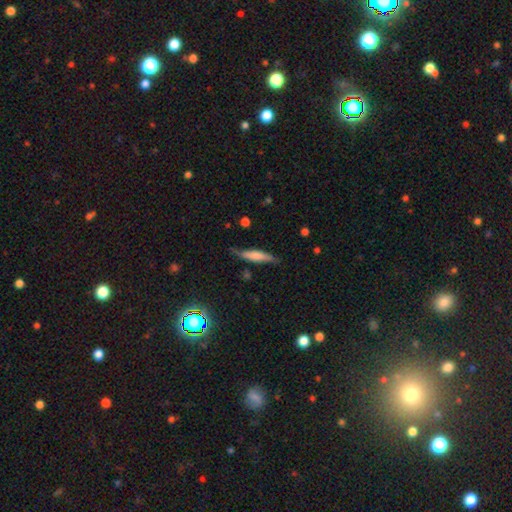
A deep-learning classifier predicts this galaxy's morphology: type=smooth (54%); roundness=cigar-shaped (82%); merging=none (68%).